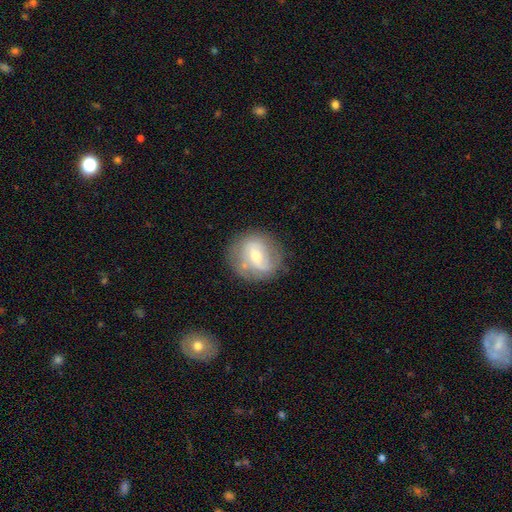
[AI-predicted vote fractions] Smooth or featured? featured or disk (57%)
Edge-on disk? no (96%)
Bar? weak (48%)
Spiral arms? yes (65%)
Bulge size? moderate (53%)
Merging? none (70%)